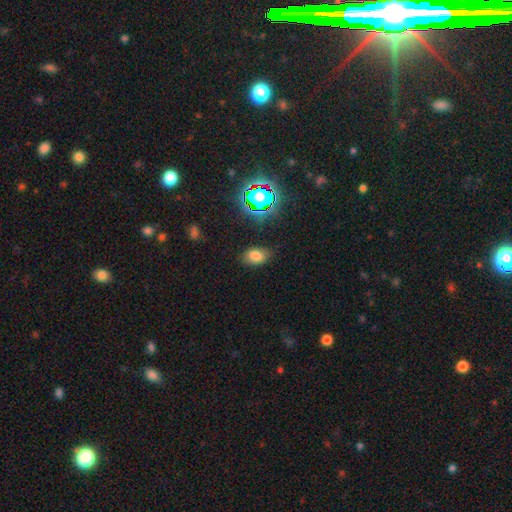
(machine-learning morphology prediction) A smooth galaxy with no disk features (73%) that is in between round and cigar-shaped (87%). Merging: none (78%).